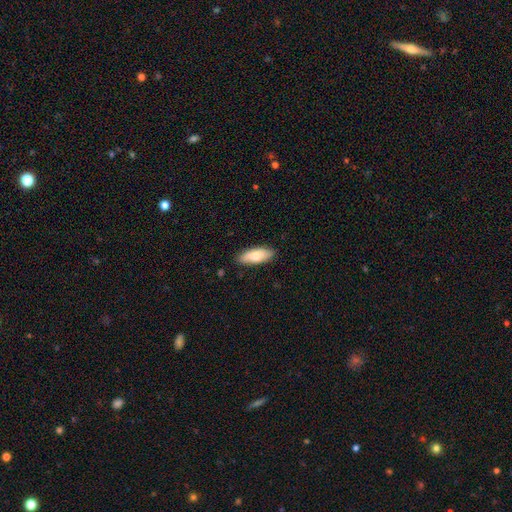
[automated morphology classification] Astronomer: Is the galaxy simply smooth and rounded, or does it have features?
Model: smooth — 75%.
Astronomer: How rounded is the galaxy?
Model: in between — 74%.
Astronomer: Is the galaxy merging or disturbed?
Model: none — 86%.